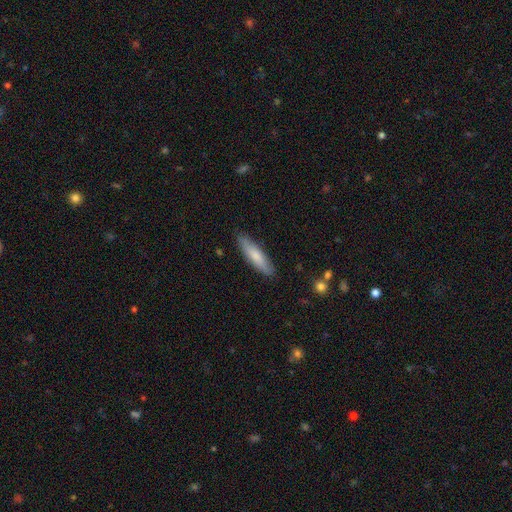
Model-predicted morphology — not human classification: The model was most divided on "how rounded": cigar-shaped: 76%, in between: 23%, round: 1%. More confident: merging — none (86%); smooth or featured — smooth (75%).